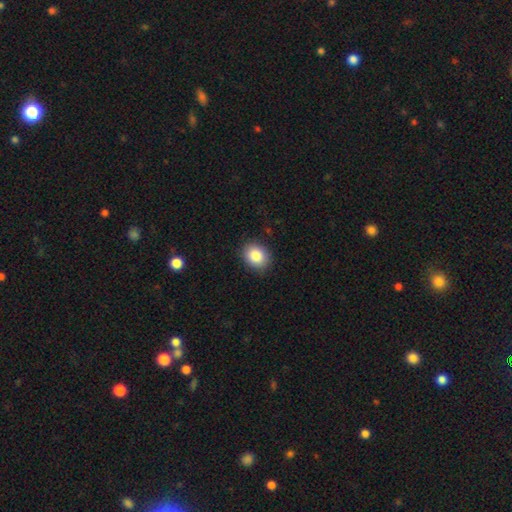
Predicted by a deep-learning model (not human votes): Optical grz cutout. It shows a smooth galaxy with no disk features (87%) that is round (52%). Merging: none (88%).